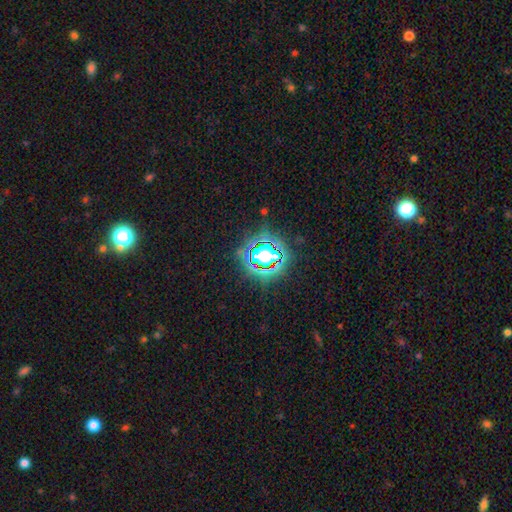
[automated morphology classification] Smooth or featured?
  - star or artifact: 80% *
  - smooth: 13%
  - featured or disk: 8%